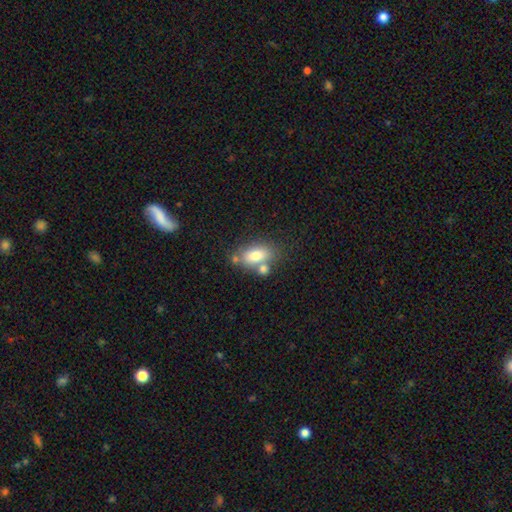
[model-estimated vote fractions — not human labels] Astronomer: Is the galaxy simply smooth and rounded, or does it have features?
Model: smooth — 75%.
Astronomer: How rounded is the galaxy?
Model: in between — 86%.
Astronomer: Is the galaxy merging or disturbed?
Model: none — 55%.